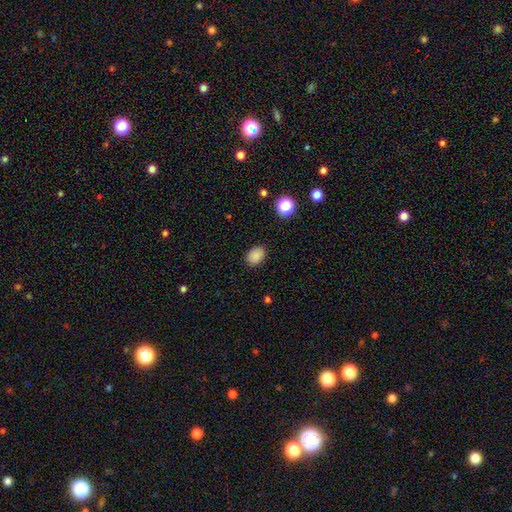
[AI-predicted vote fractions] Smooth or featured?
  - smooth: 86% *
  - star or artifact: 10%
  - featured or disk: 3%
How rounded?
  - in between: 72% *
  - round: 27%
  - cigar-shaped: 1%
Merging?
  - none: 86% *
  - minor disturbance: 10%
  - major disturbance: 3%
  - merger: 1%